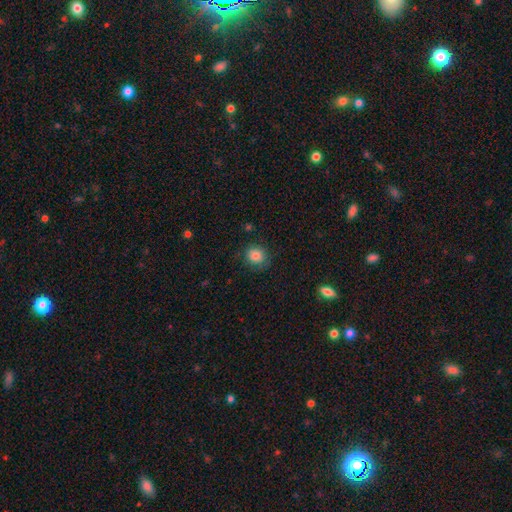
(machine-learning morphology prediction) smooth-or-featured: smooth: 84% | star or artifact: 10% | featured or disk: 6%
  how-rounded: round: 82% | in between: 18% | cigar-shaped: 1%
  merging: none: 80% | minor disturbance: 14% | major disturbance: 4% | merger: 1%